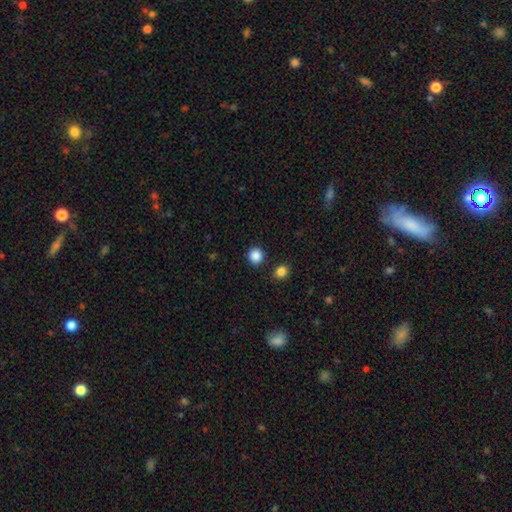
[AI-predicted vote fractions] smooth 87%, star or artifact 10%, featured or disk 3%. Down the decision tree: how rounded — round (91%); merging — none (89%).